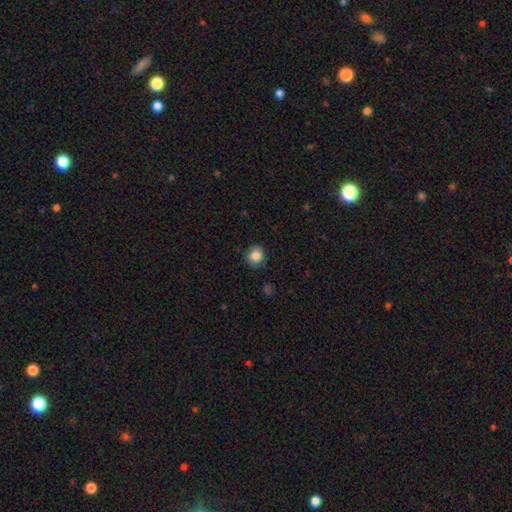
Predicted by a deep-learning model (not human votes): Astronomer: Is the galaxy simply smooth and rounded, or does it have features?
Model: smooth — 85%.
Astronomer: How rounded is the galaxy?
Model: round — 81%.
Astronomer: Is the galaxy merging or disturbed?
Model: none — 85%.